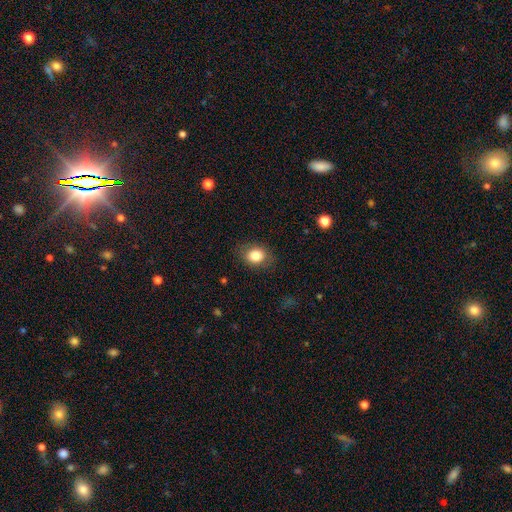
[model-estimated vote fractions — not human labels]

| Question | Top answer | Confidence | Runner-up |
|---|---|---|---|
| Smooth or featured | smooth | 83% | star or artifact (9%) |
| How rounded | round | 50% | in between (49%) |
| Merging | none | 82% | minor disturbance (13%) |